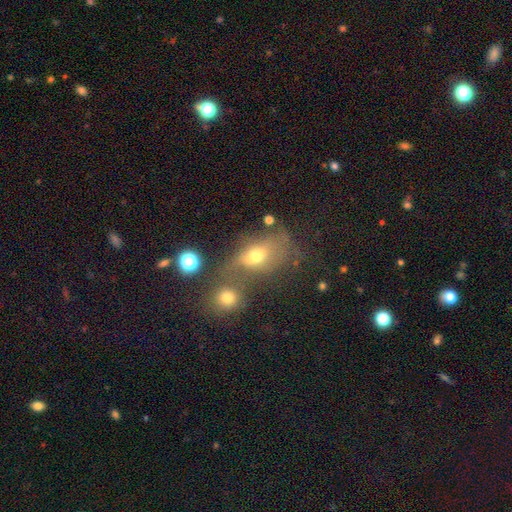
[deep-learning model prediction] Morphology: type=smooth (60%); roundness=in between (71%); merging=merger (43%).